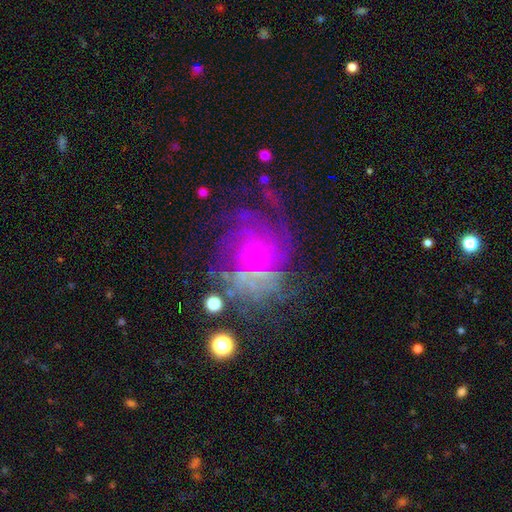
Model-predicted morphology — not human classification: The model was most divided on "bulge size": small: 45%, none: 38%, moderate: 13%, large: 3%, dominant: 1%. Remaining: edge-on disk — no (98%); spiral arms — yes (85%); smooth or featured — featured or disk (73%); bar — no (72%); spiral winding — tight (53%); merging — none (51%); spiral arm count — can't tell (43%).